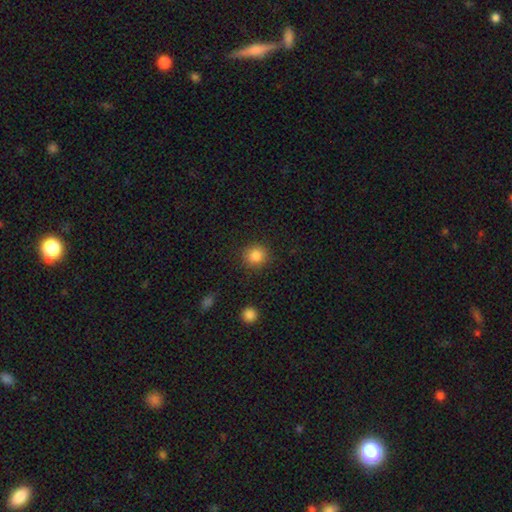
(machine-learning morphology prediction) type=smooth (86%); roundness=round (89%); merging=none (88%).